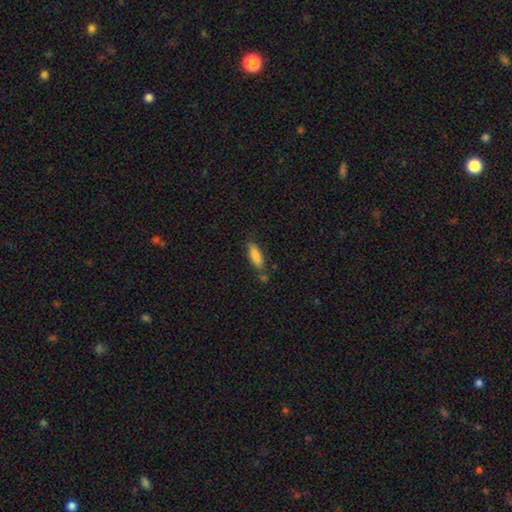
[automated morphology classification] A smooth galaxy with no disk features (84%) that is in between round and cigar-shaped (53%). Merging: none (70%).